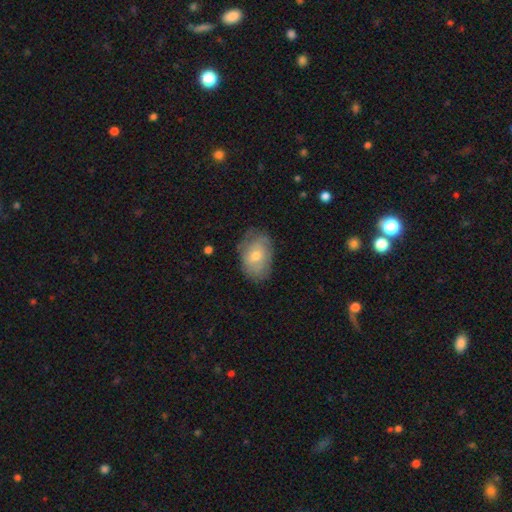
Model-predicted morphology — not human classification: smooth 59%, featured or disk 34%, star or artifact 7%. Down the decision tree: how rounded — in between (81%); merging — none (67%).